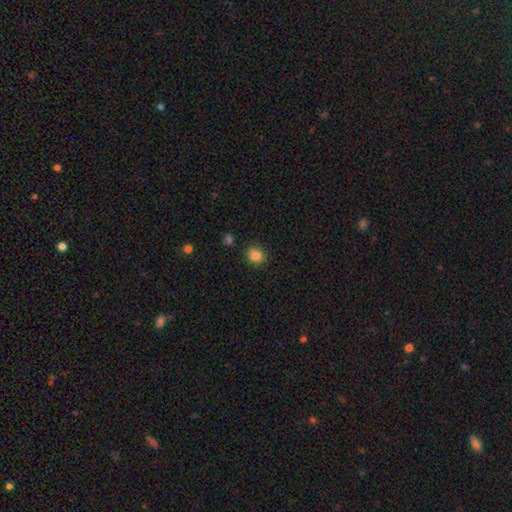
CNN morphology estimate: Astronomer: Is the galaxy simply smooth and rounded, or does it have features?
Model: smooth — 85%.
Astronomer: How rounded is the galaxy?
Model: round — 76%.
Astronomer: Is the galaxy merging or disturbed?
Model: none — 86%.